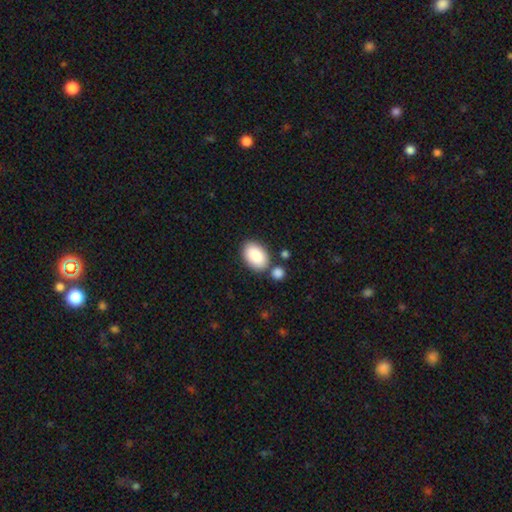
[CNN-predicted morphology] Smooth or featured? smooth (88%)
How rounded? in between (91%)
Merging? none (72%)